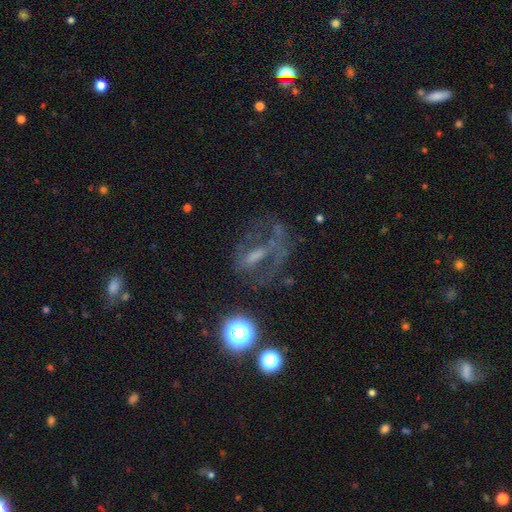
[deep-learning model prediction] A featured or disk galaxy (53%).

Vote fractions:
- Smooth or featured? featured or disk: 53% / star or artifact: 24% / smooth: 22%
- Edge-on disk? no: 91% / yes: 9%
- Merging? none: 45% / major disturbance: 32% / minor disturbance: 18% / merger: 5%